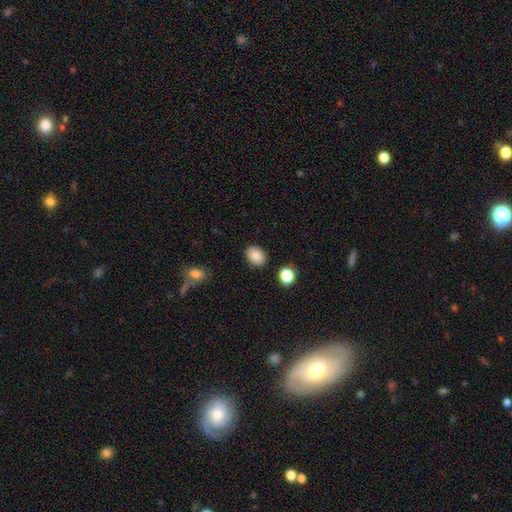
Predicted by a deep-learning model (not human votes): Smooth or featured? Predicted: smooth (p=0.87). How rounded? Predicted: in between (p=0.63). Merging? Predicted: none (p=0.87).